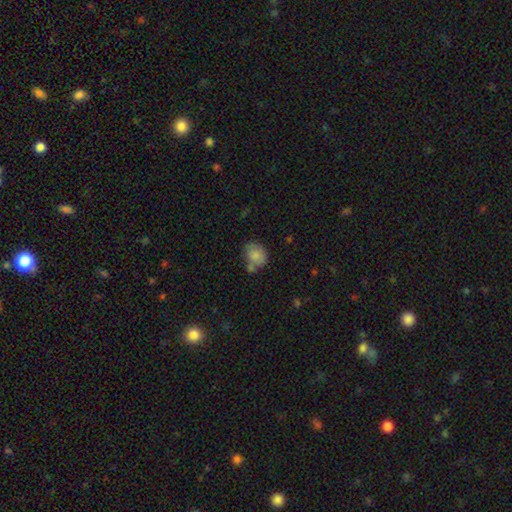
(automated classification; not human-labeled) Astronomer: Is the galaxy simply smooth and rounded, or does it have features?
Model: smooth — 81%.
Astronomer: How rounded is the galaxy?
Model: round — 51% (runner-up: in between, 48%).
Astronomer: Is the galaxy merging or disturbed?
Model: none — 52%.